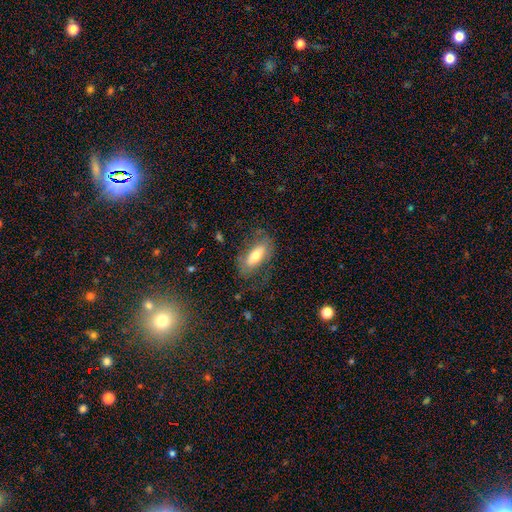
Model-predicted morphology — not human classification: type=smooth (55%); roundness=in between (79%); merging=none (63%).